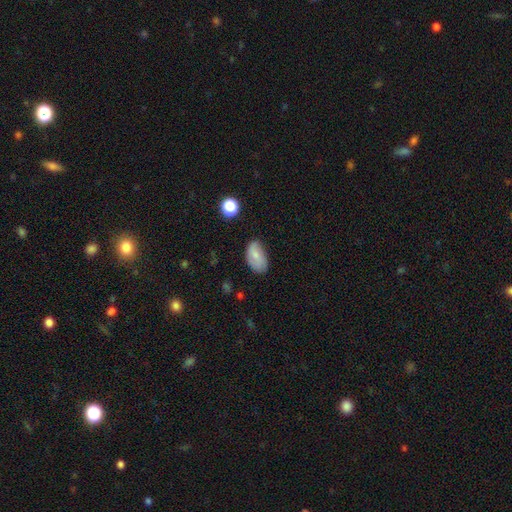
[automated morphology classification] Q: Smooth or featured?
A: smooth (74%); runner-up: featured or disk (17%)
Q: How rounded?
A: in between (92%); runner-up: round (6%)
Q: Merging?
A: none (63%); runner-up: minor disturbance (28%)